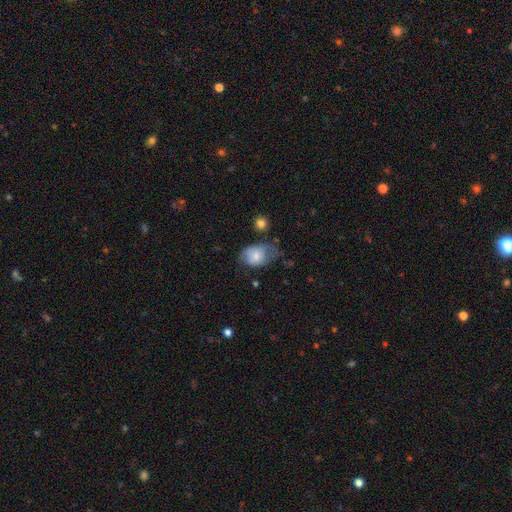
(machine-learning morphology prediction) This appears to be a smooth galaxy with no disk features (70%) that is in between round and cigar-shaped (74%). Merging: minor disturbance (37%).